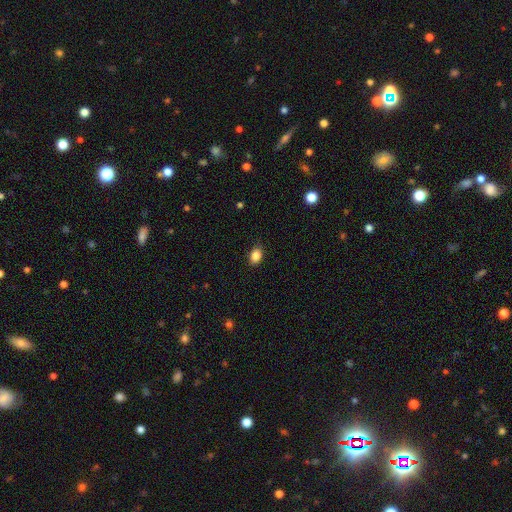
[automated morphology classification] smooth 87%, star or artifact 9%, featured or disk 4%. Down the decision tree: how rounded — in between (80%); merging — none (83%).